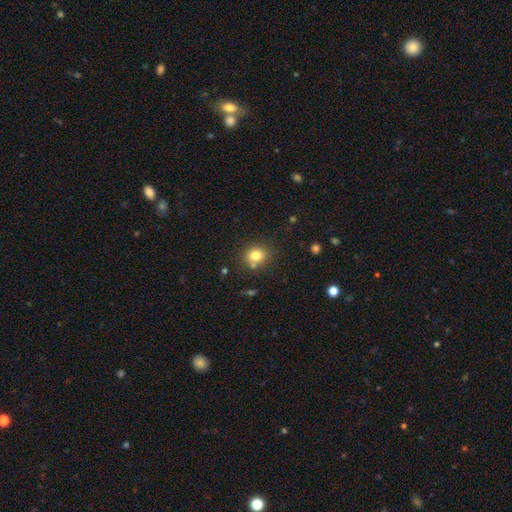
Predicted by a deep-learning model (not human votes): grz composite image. It shows a smooth galaxy with no disk features (80%) that is round (74%). Merging: none (73%).